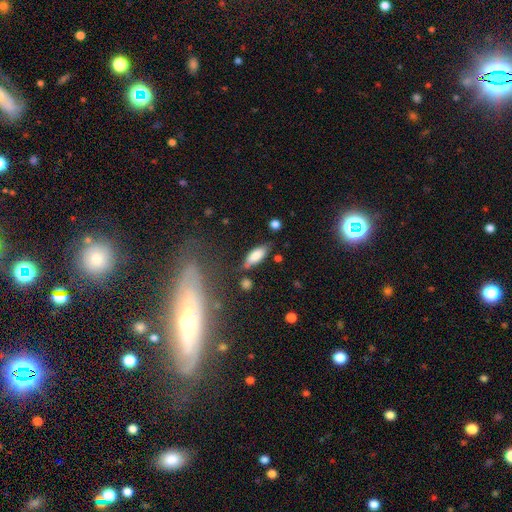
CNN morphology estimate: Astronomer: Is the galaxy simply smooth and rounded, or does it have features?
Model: smooth — 79%.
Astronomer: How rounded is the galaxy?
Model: in between — 73%.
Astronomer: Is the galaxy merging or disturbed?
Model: none — 71%.